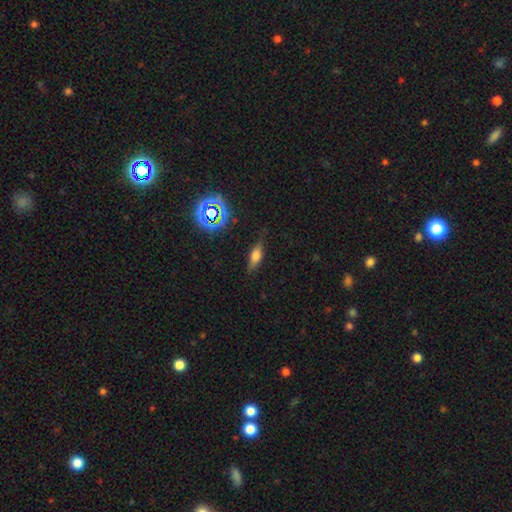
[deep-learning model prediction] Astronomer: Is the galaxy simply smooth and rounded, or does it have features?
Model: smooth — 55%.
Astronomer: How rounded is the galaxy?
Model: in between — 62%.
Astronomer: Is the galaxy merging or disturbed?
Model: none — 77%.